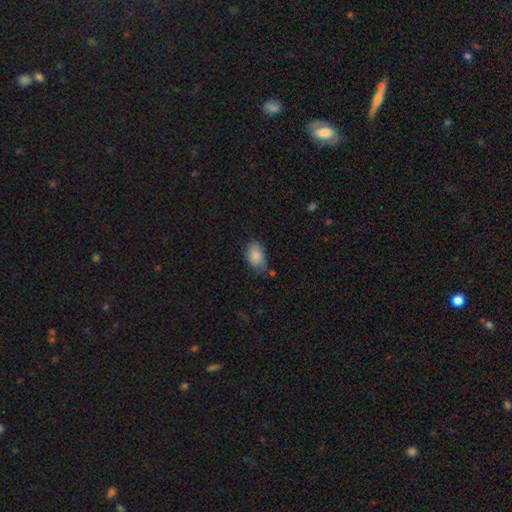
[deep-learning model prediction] Overall: smooth (86%). How rounded: in between (88%). Merging: none (63%; minor disturbance 28%).